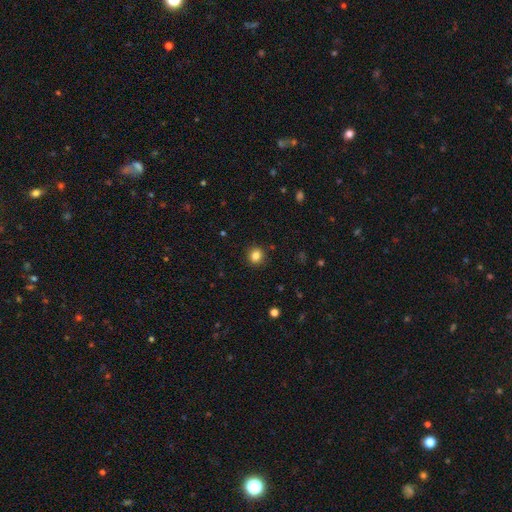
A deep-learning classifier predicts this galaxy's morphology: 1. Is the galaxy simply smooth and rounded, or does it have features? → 84% smooth, 11% star or artifact, 5% featured or disk.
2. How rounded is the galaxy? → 89% round, 10% in between, 1% cigar-shaped.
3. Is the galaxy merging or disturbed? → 91% none, 6% minor disturbance, 2% major disturbance, 1% merger.